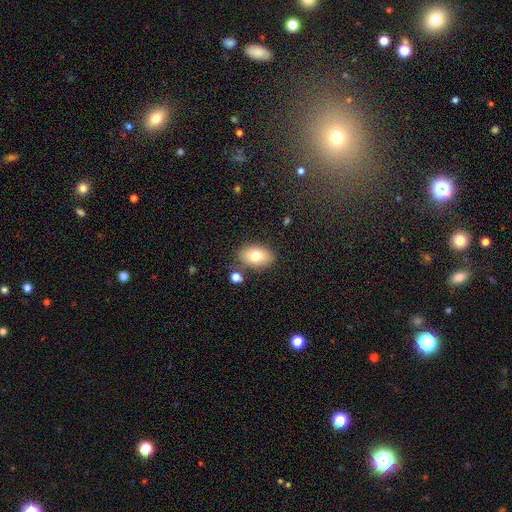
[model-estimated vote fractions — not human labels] Morphology: type=smooth (76%); roundness=in between (86%); merging=none (79%).